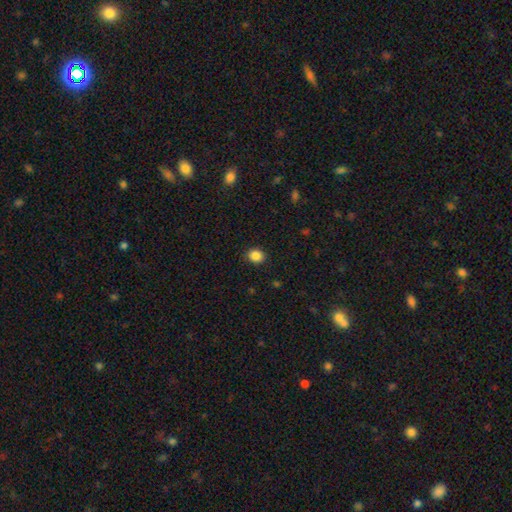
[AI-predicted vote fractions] Smooth or featured: smooth — 86% (star or artifact — 11%)
How rounded: round — 69% (in between — 30%)
Merging: none — 89% (minor disturbance — 8%)